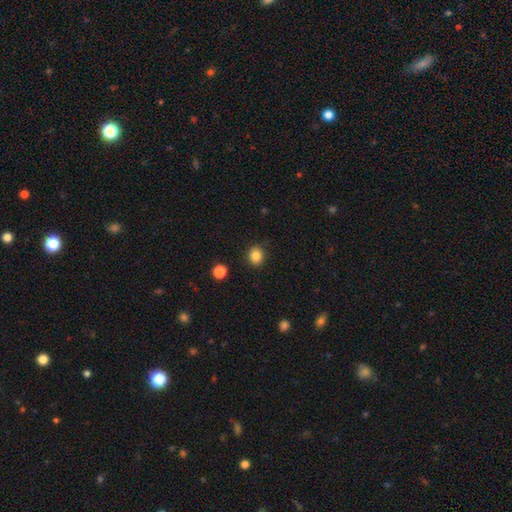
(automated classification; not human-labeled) Smooth or featured? smooth (85%)
How rounded? round (77%)
Merging? none (89%)